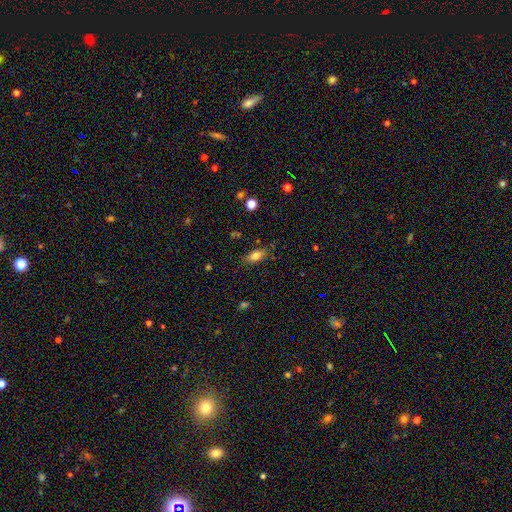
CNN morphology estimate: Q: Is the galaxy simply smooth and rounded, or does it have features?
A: smooth — 77%.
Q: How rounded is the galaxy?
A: in between — 82%.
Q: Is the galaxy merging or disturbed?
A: none — 78%.